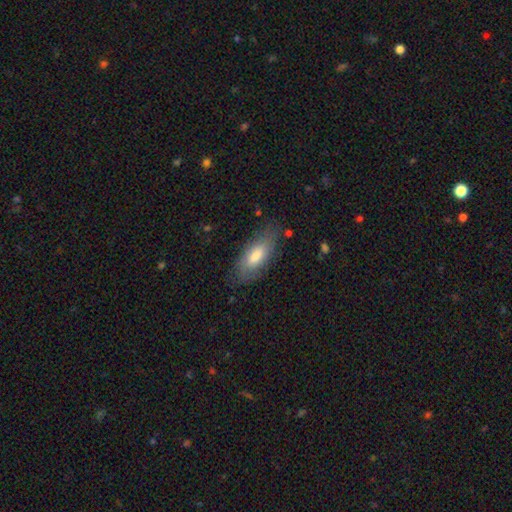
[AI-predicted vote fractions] A smooth galaxy with no disk features (73%) that is in between round and cigar-shaped (78%).

Vote fractions:
- Smooth or featured? smooth: 73% / featured or disk: 20% / star or artifact: 7%
- How rounded? in between: 78% / cigar-shaped: 20% / round: 2%
- Merging? none: 78% / minor disturbance: 16% / major disturbance: 5% / merger: 1%